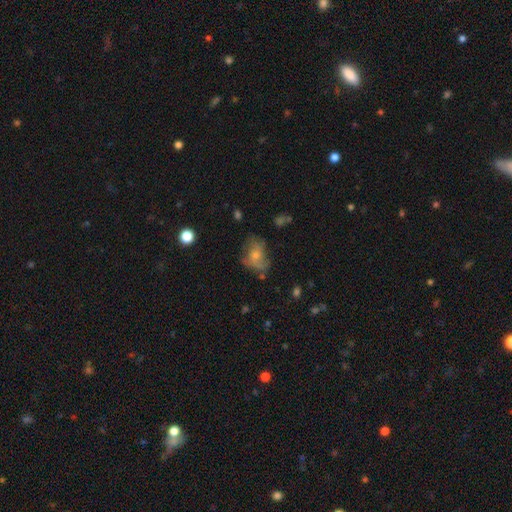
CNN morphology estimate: Q: Smooth or featured?
A: smooth (50%); runner-up: featured or disk (39%)
Q: How rounded?
A: in between (63%); runner-up: round (36%)
Q: Merging?
A: none (41%); runner-up: minor disturbance (29%)